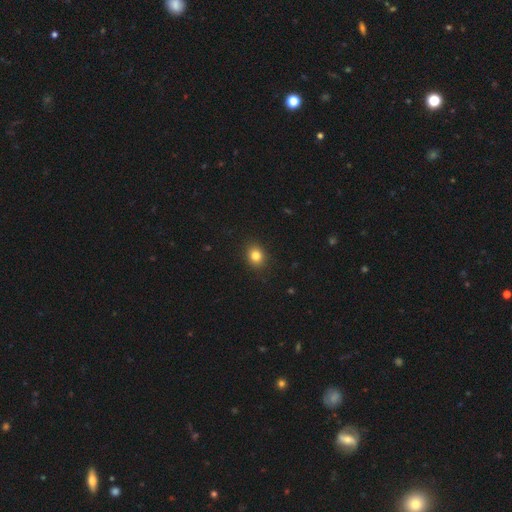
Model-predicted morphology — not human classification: Smooth or featured? smooth (82%)
How rounded? round (61%)
Merging? none (89%)